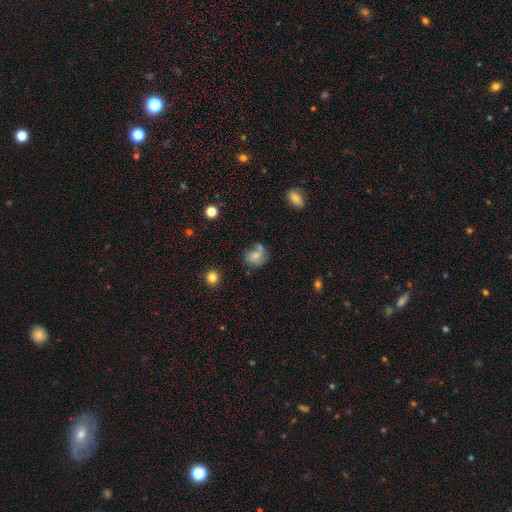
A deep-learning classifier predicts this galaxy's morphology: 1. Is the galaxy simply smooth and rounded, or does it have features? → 57% smooth, 31% featured or disk, 13% star or artifact.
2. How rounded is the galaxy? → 72% round, 27% in between, 1% cigar-shaped.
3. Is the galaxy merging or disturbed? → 47% none, 24% merger, 19% minor disturbance, 10% major disturbance.